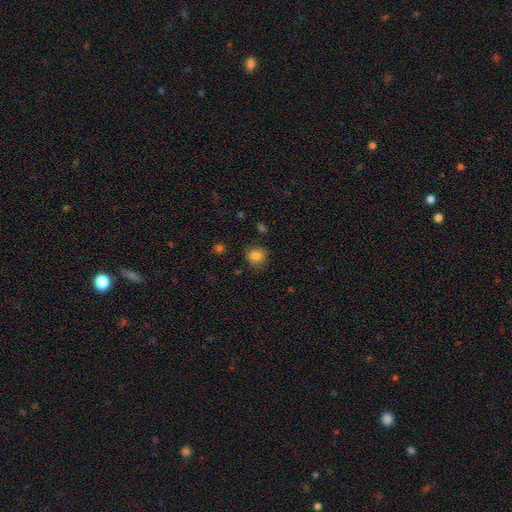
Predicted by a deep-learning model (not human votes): smooth_or_featured: smooth (p=0.83) [alt: star or artifact p=0.10]
how_rounded: round (p=0.76) [alt: in between p=0.23]
merging: none (p=0.74) [alt: minor disturbance p=0.18]